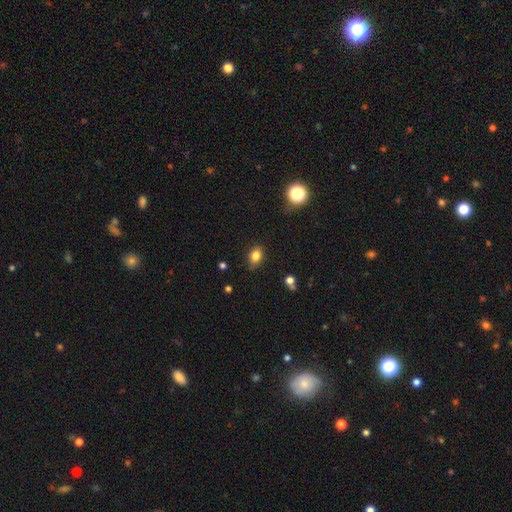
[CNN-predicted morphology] Q: Smooth or featured?
A: smooth (82%); runner-up: star or artifact (12%)
Q: How rounded?
A: in between (65%); runner-up: round (34%)
Q: Merging?
A: none (79%); runner-up: minor disturbance (17%)